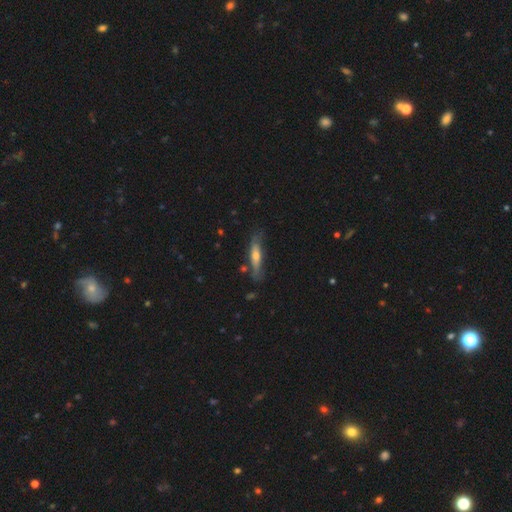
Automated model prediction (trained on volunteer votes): smooth-or-featured: featured or disk: 47% | smooth: 46% | star or artifact: 6%
  merging: none: 72% | minor disturbance: 20% | major disturbance: 5% | merger: 4%